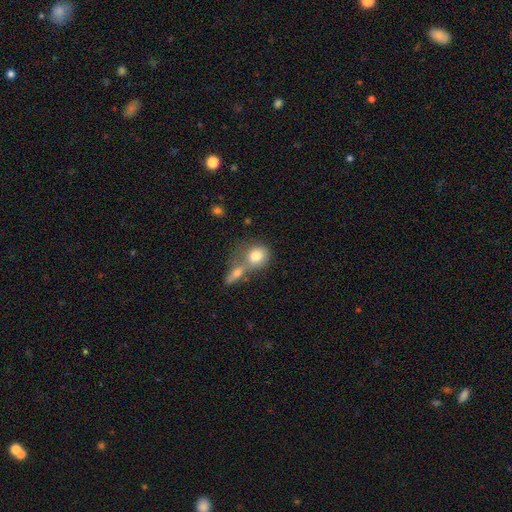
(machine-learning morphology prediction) Smooth or featured?
  - smooth: 78% *
  - featured or disk: 14%
  - star or artifact: 8%
How rounded?
  - round: 65% *
  - in between: 33%
  - cigar-shaped: 2%
Merging?
  - merger: 53% *
  - none: 33%
  - minor disturbance: 9%
  - major disturbance: 5%